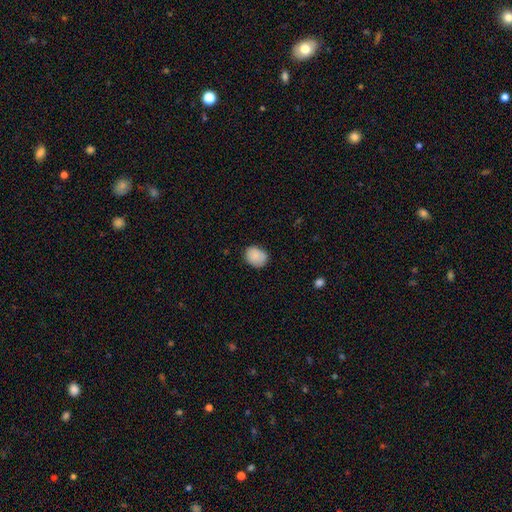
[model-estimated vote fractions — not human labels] Morphology: type=smooth (87%); roundness=in between (50%); merging=none (76%).